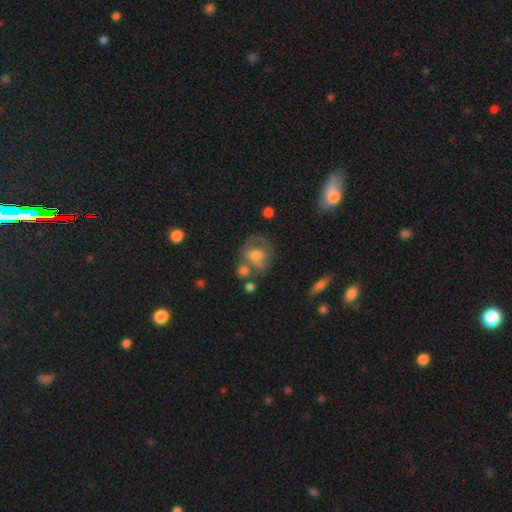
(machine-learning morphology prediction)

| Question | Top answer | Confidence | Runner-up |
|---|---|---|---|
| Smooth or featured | smooth | 55% | featured or disk (36%) |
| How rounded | round | 65% | in between (34%) |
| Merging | none | 45% | minor disturbance (22%) |